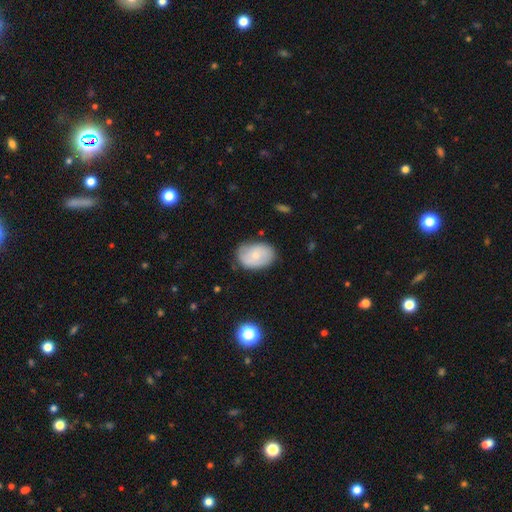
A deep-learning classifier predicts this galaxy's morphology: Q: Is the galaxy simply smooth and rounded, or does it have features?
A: smooth — 61%.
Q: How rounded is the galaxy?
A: in between — 81%.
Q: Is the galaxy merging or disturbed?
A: none — 72%.